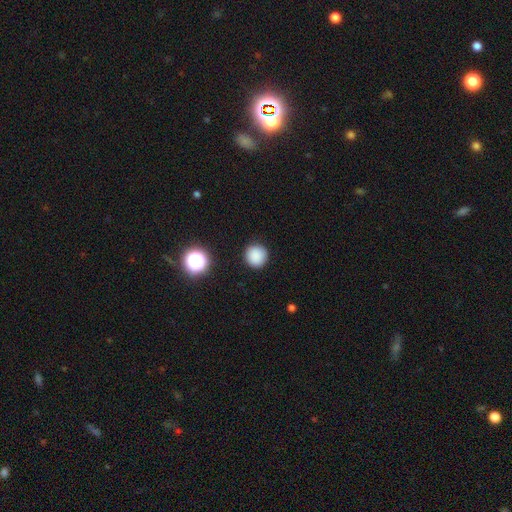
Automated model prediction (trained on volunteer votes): Smooth or featured?
  - smooth: 86% *
  - star or artifact: 11%
  - featured or disk: 3%
How rounded?
  - round: 95% *
  - in between: 4%
  - cigar-shaped: 1%
Merging?
  - none: 91% *
  - minor disturbance: 5%
  - major disturbance: 2%
  - merger: 1%